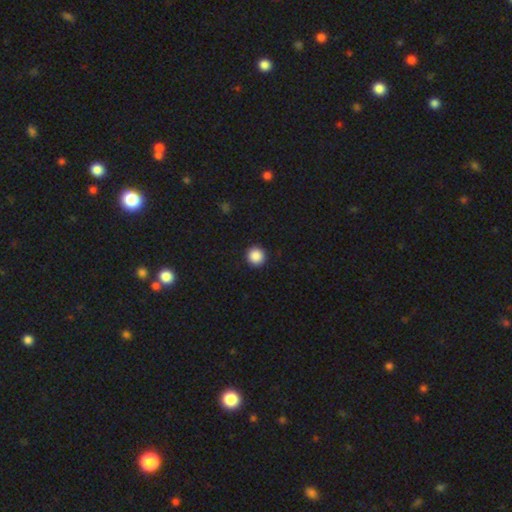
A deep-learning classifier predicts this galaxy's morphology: A smooth galaxy with no disk features (88%) that is round (95%). Merging: none (93%).